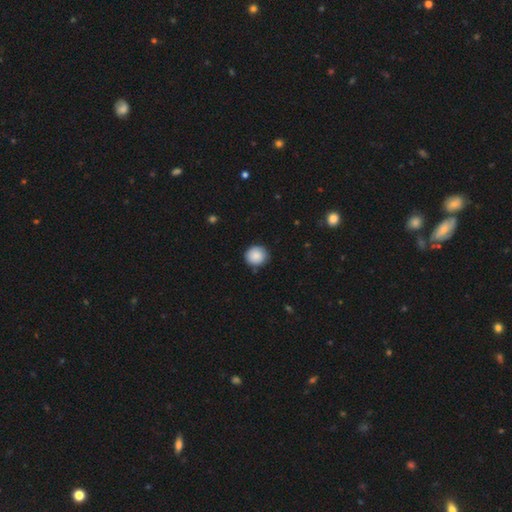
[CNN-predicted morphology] The model was most divided on "merging": none: 88%, minor disturbance: 9%, major disturbance: 2%, merger: 1%. More confident: how rounded — round (90%); smooth or featured — smooth (88%).